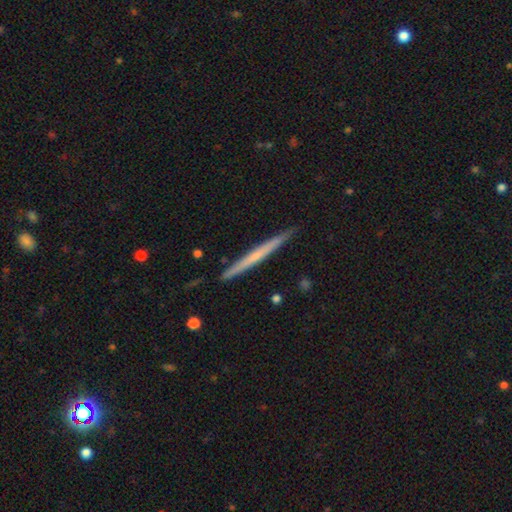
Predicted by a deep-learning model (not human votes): This is possibly a featured or disk galaxy (54%). It is clearly viewed edge-on (97%). Edge-on bulge: likely none (74%). Merging: clearly none (90%).